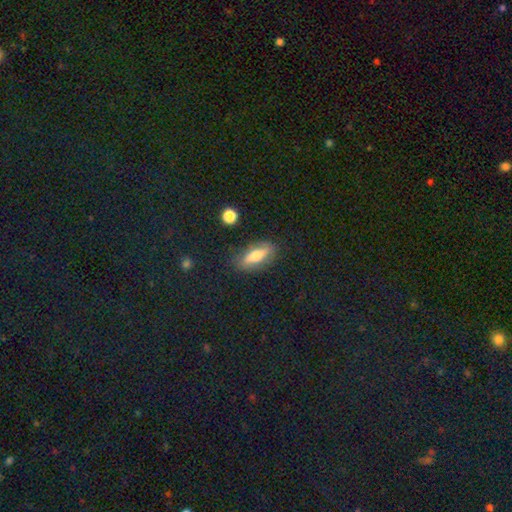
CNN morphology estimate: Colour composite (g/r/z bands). It shows a smooth galaxy with no disk features (59%) that is in between round and cigar-shaped (69%). Merging: none (81%).